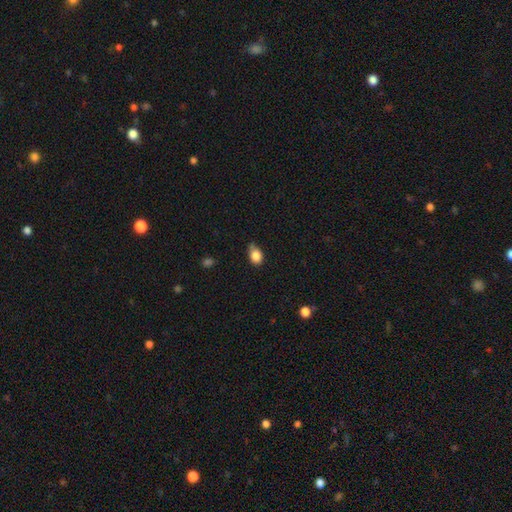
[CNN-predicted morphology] Smooth or featured? Predicted: smooth (p=0.85). How rounded? Predicted: in between (p=0.61). Merging? Predicted: none (p=0.49).